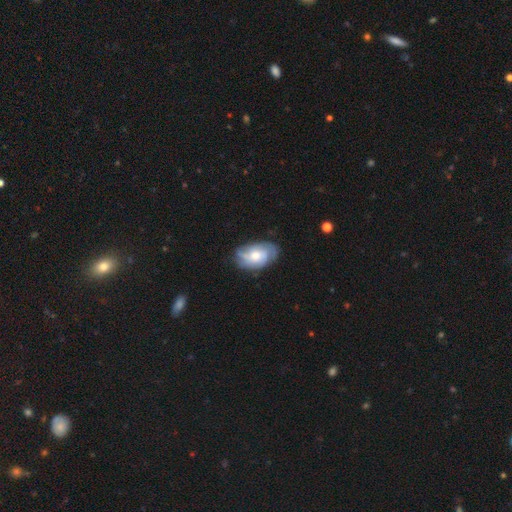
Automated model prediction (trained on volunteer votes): This appears to be a featured or disk galaxy (64%) with no bar (76%), tight (50%) spiral arms (86%) and a moderate central bulge (62%). Merging: none (70%).